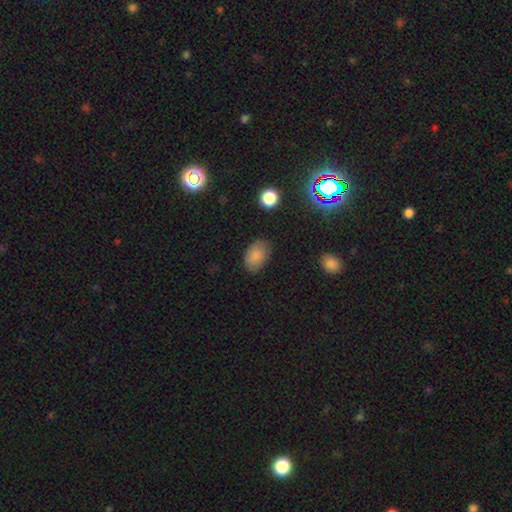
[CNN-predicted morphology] smooth_or_featured: smooth (p=0.83) [alt: star or artifact p=0.09]
how_rounded: in between (p=0.86) [alt: round p=0.13]
merging: none (p=0.77) [alt: minor disturbance p=0.18]